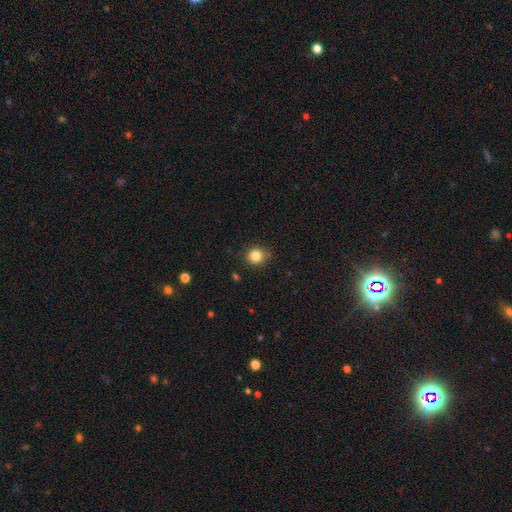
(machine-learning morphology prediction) This appears to be a smooth galaxy with no disk features (84%) that is round (88%). Merging: none (86%).